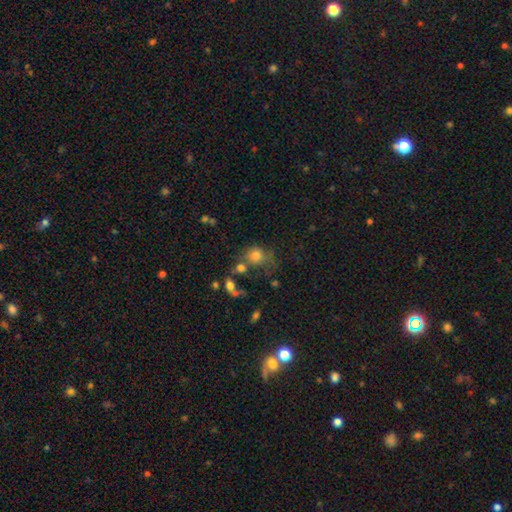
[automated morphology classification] Smooth or featured? Predicted: smooth (p=0.73). How rounded? Predicted: round (p=0.75). Merging? Predicted: none (p=0.44).